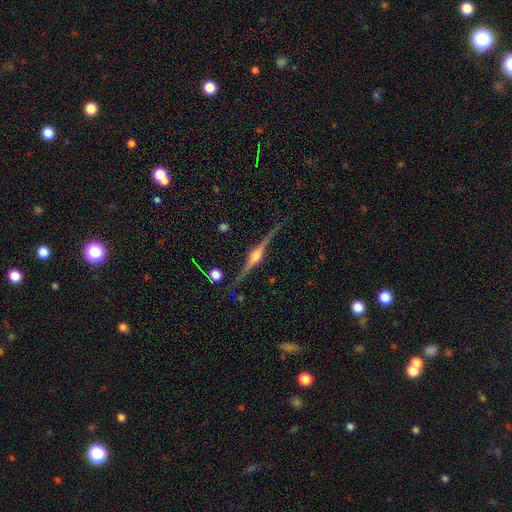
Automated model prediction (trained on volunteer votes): Smooth or featured? Predicted: featured or disk (p=0.88). Edge-on disk? Predicted: yes (p=0.98). Edge-on bulge? Predicted: rounded (p=0.90). Merging? Predicted: none (p=0.88).